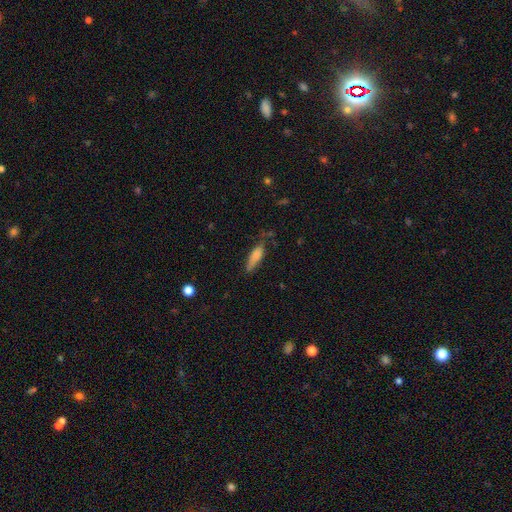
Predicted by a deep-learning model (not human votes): Morphology: type=smooth (79%); roundness=cigar-shaped (54%); merging=none (56%).